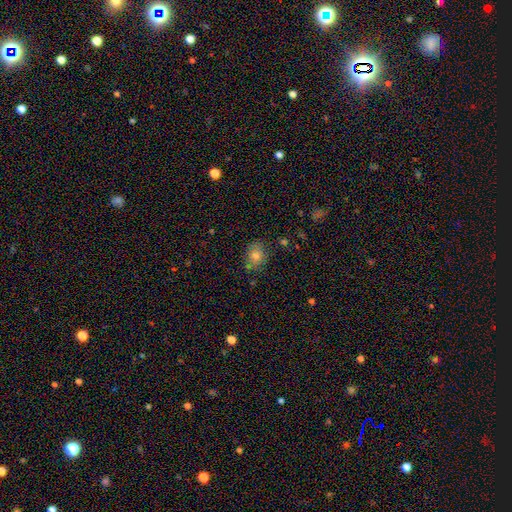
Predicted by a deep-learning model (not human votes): This is likely a smooth galaxy (72%). How rounded: possibly round (59%). Merging: likely none (79%).